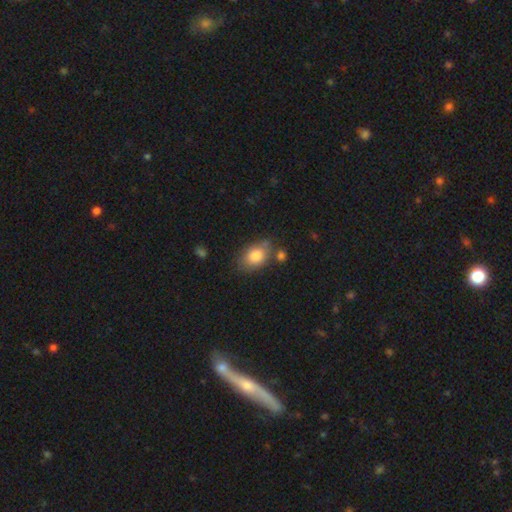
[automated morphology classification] type=smooth (82%); roundness=in between (82%); merging=none (65%).